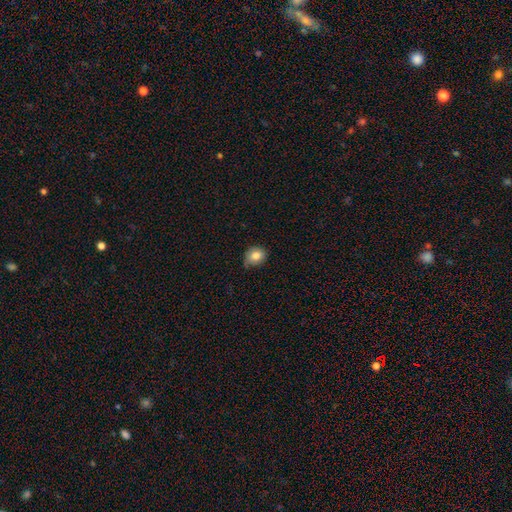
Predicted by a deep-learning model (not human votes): The model was most divided on "how rounded": round: 62%, in between: 37%, cigar-shaped: 1%. More confident: smooth or featured — smooth (82%); merging — none (62%).